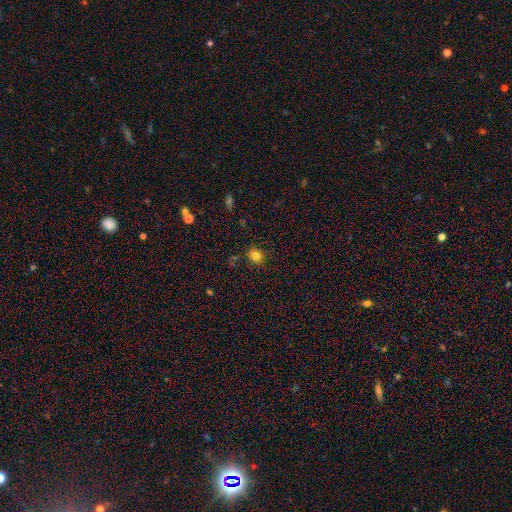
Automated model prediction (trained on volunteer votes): smooth 81%, star or artifact 13%, featured or disk 6%. Down the decision tree: how rounded — round (80%); merging — none (86%).